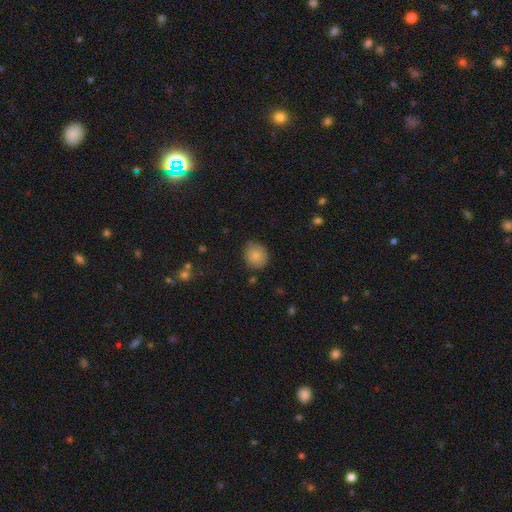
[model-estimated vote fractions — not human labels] Smooth or featured? Predicted: smooth (p=0.86). How rounded? Predicted: round (p=0.78). Merging? Predicted: none (p=0.78).